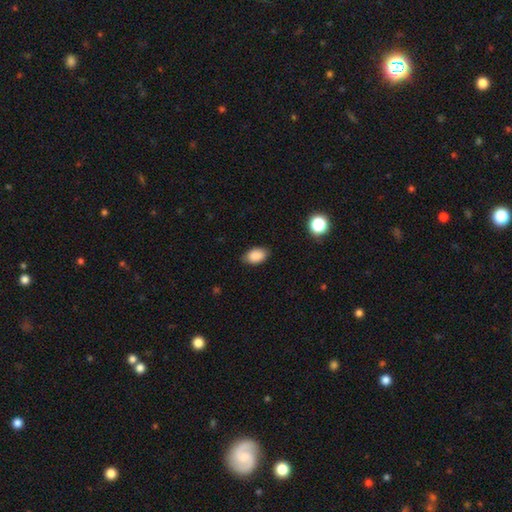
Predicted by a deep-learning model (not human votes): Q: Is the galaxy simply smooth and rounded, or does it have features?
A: smooth — 88%.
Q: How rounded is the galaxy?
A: in between — 87%.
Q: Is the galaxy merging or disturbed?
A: none — 81%.